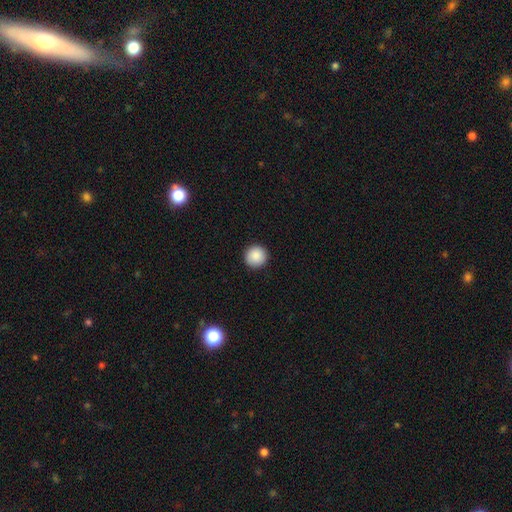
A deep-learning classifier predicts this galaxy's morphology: A smooth galaxy with no disk features (88%) that is round (96%).

Vote fractions:
- Smooth or featured? smooth: 88% / star or artifact: 8% / featured or disk: 4%
- How rounded? round: 96% / in between: 3% / cigar-shaped: 1%
- Merging? none: 93% / minor disturbance: 5% / major disturbance: 1% / merger: 1%